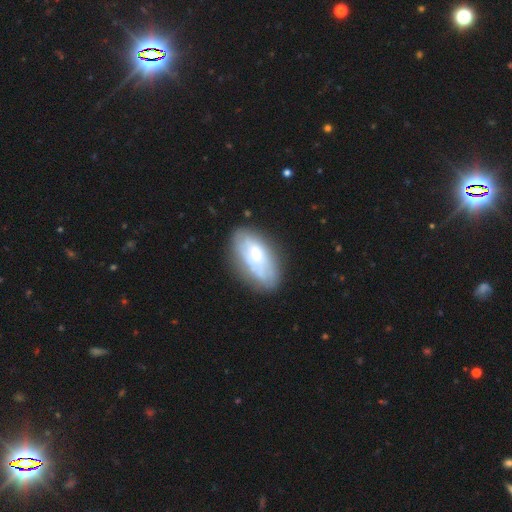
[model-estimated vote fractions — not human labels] smooth-or-featured: smooth: 51% | featured or disk: 42% | star or artifact: 7%
  how-rounded: in between: 90% | cigar-shaped: 6% | round: 4%
  merging: none: 64% | minor disturbance: 23% | major disturbance: 9% | merger: 5%